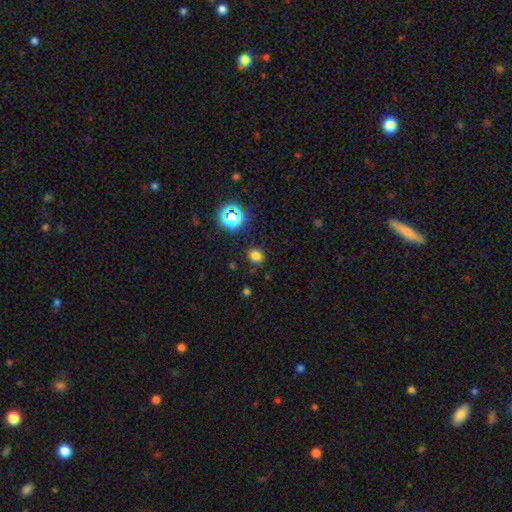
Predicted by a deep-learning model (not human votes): smooth 75%, star or artifact 20%, featured or disk 5%. Down the decision tree: how rounded — round (67%); merging — none (84%).